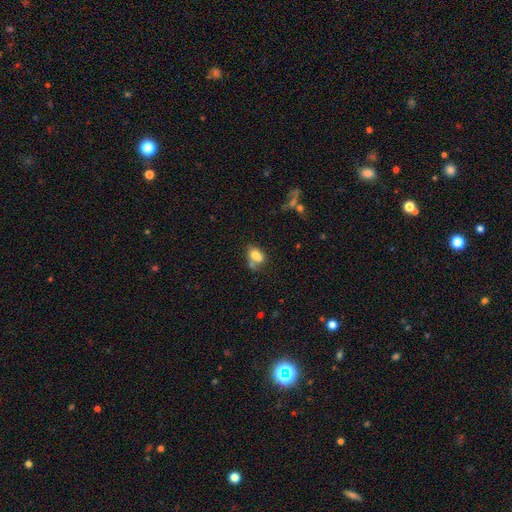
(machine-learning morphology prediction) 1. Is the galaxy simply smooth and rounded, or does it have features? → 74% smooth, 16% featured or disk, 10% star or artifact.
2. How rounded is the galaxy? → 81% in between, 17% round, 2% cigar-shaped.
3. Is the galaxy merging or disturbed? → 36% none, 32% merger, 20% minor disturbance, 11% major disturbance.